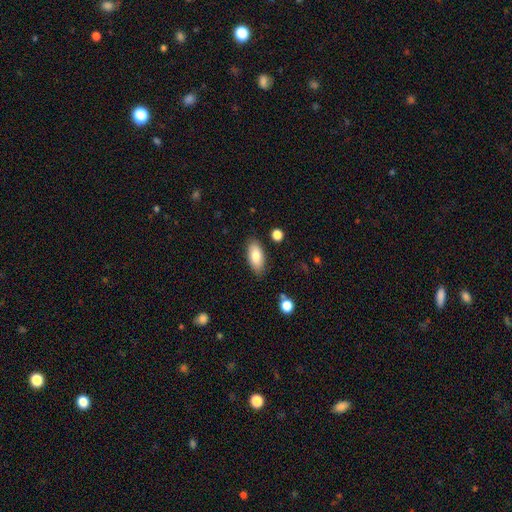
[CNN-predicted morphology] A smooth galaxy with no disk features (82%) that is in between round and cigar-shaped (88%).

Vote fractions:
- Smooth or featured? smooth: 82% / featured or disk: 12% / star or artifact: 7%
- How rounded? in between: 88% / cigar-shaped: 9% / round: 2%
- Merging? none: 84% / minor disturbance: 11% / major disturbance: 3% / merger: 2%